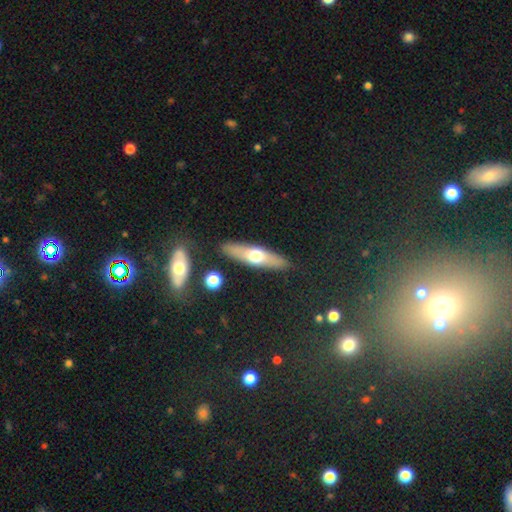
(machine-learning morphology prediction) Smooth or featured? Predicted: featured or disk (p=0.47, tied with smooth). Merging? Predicted: none (p=0.88).